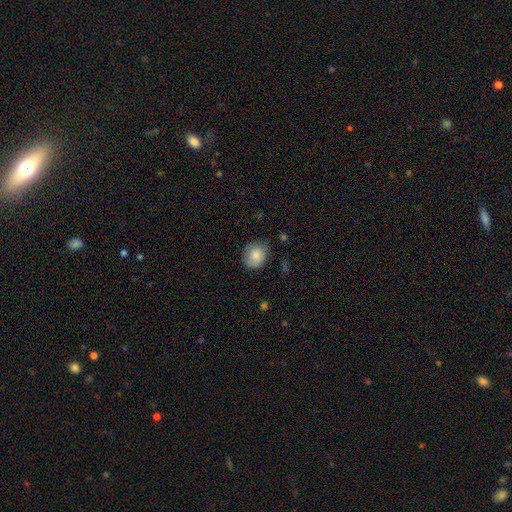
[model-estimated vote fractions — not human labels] A smooth galaxy with no disk features (82%) that is round (68%).

Vote fractions:
- Smooth or featured? smooth: 82% / featured or disk: 10% / star or artifact: 7%
- How rounded? round: 68% / in between: 31% / cigar-shaped: 1%
- Merging? none: 69% / minor disturbance: 24% / major disturbance: 5% / merger: 2%